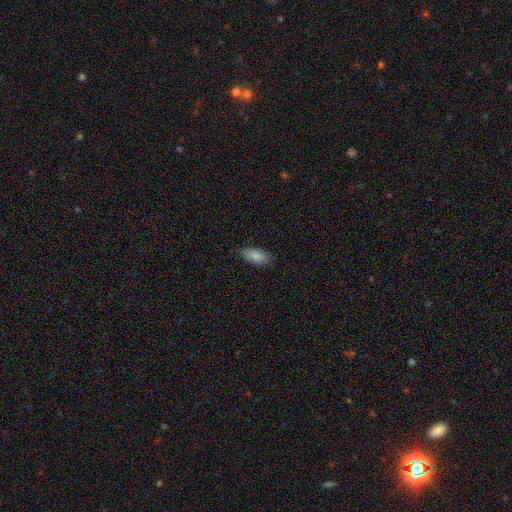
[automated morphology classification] Q: Smooth or featured?
A: smooth (86%); runner-up: featured or disk (7%)
Q: How rounded?
A: in between (87%); runner-up: cigar-shaped (11%)
Q: Merging?
A: none (78%); runner-up: minor disturbance (18%)